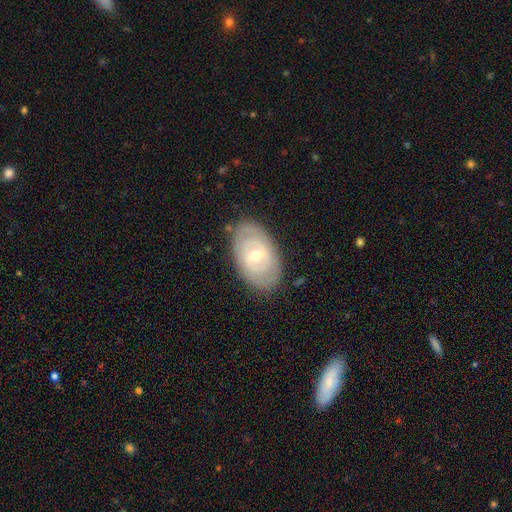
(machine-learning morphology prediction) smooth_or_featured: featured or disk (p=0.67) [alt: smooth p=0.27]
disk_edge_on: no (p=0.93) [alt: yes p=0.07]
bar: no (p=0.53) [alt: weak p=0.37]
has_spiral_arms: yes (p=0.65) [alt: no p=0.35]
bulge_size: small (p=0.50) [alt: moderate p=0.47]
merging: none (p=0.82) [alt: minor disturbance p=0.14]